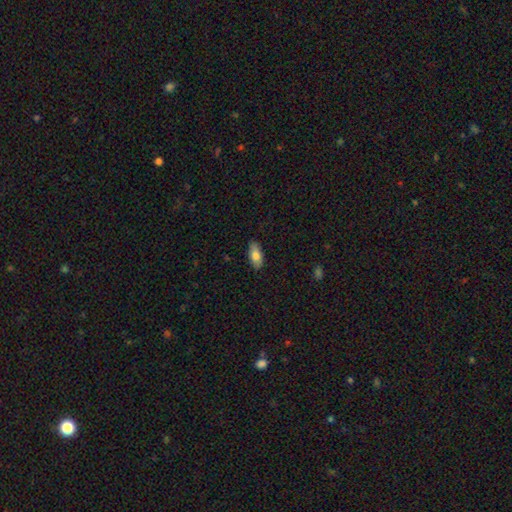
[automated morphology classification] Smooth or featured? Predicted: smooth (p=0.80). How rounded? Predicted: in between (p=0.89). Merging? Predicted: none (p=0.87).